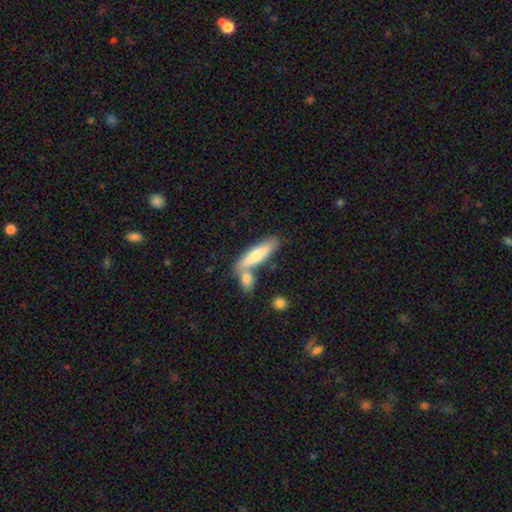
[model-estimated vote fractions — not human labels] smooth_or_featured: smooth (p=0.67) [alt: featured or disk p=0.28]
how_rounded: cigar-shaped (p=0.67) [alt: in between p=0.31]
merging: none (p=0.51) [alt: merger p=0.33]